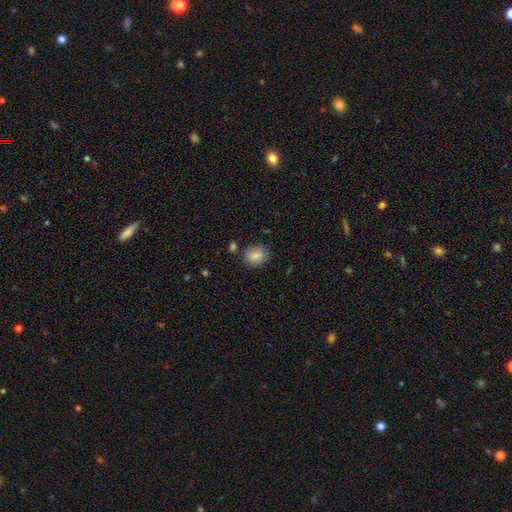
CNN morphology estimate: A smooth galaxy with no disk features (85%) that is round (65%).

Vote fractions:
- Smooth or featured? smooth: 85% / star or artifact: 8% / featured or disk: 7%
- How rounded? round: 65% / in between: 34% / cigar-shaped: 1%
- Merging? none: 81% / minor disturbance: 12% / merger: 4% / major disturbance: 3%